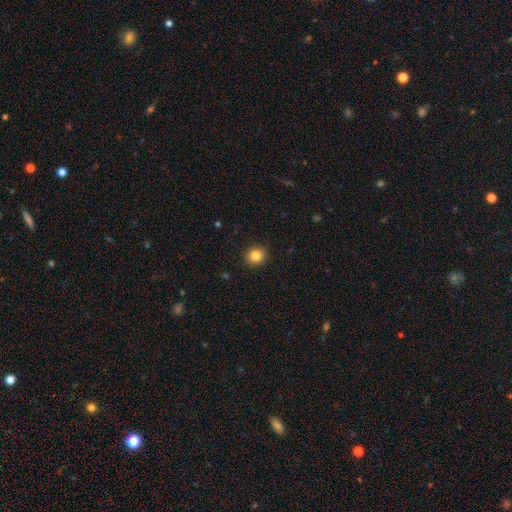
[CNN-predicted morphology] type=smooth (84%); roundness=round (85%); merging=none (91%).